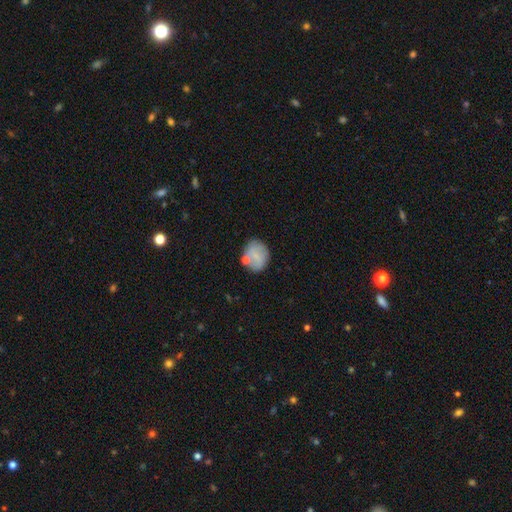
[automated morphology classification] smooth-or-featured: smooth: 73% | featured or disk: 19% | star or artifact: 8%
  how-rounded: round: 65% | in between: 34% | cigar-shaped: 1%
  merging: none: 68% | minor disturbance: 16% | merger: 11% | major disturbance: 4%